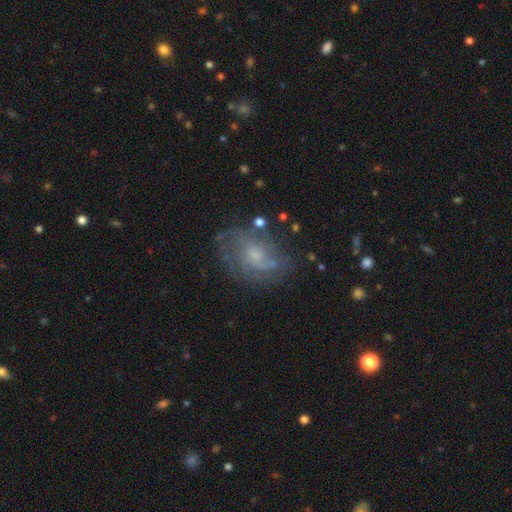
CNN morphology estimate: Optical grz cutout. It shows a featured or disk galaxy (68%) with no bar (68%), medium (41%) spiral arms (82%) and a small central bulge (60%). Merging: none (62%).